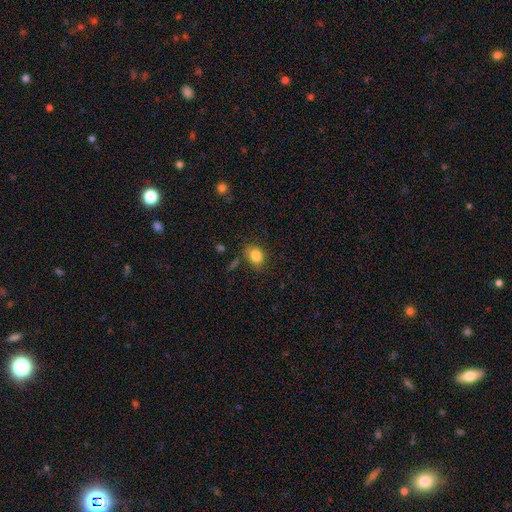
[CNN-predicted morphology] A smooth galaxy with no disk features (83%) that is in between round and cigar-shaped (56%). Merging: none (70%).